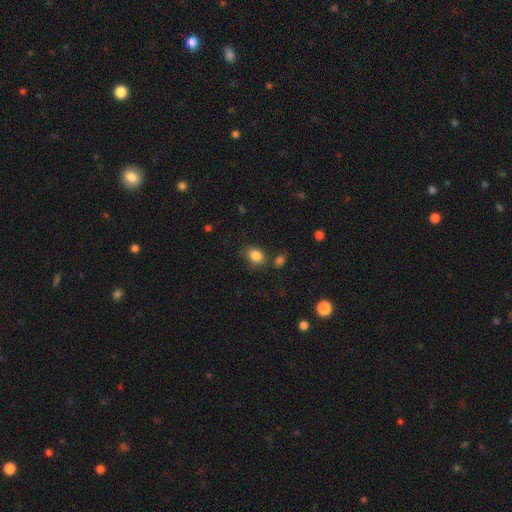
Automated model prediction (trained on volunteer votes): Q: Smooth or featured?
A: smooth (84%); runner-up: star or artifact (10%)
Q: How rounded?
A: round (50%); runner-up: in between (49%)
Q: Merging?
A: none (69%); runner-up: minor disturbance (18%)